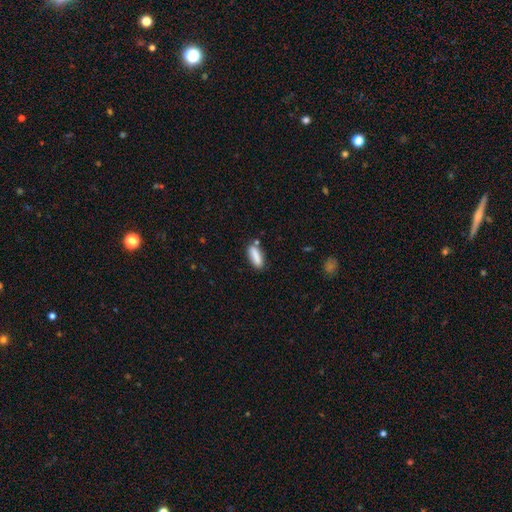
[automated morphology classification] A smooth galaxy with no disk features (85%) that is in between round and cigar-shaped (52%). Merging: none (79%).